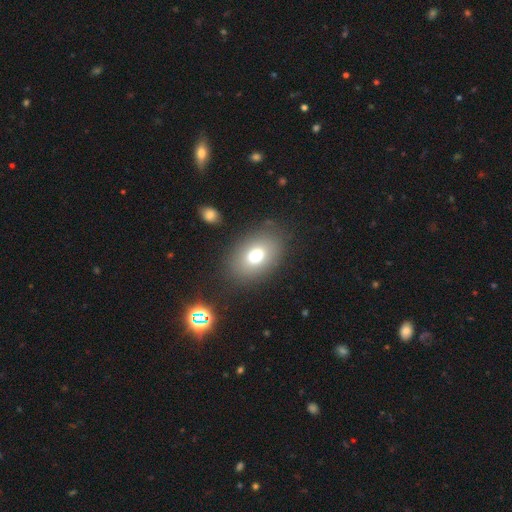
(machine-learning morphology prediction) Smooth or featured?
  - smooth: 75% *
  - featured or disk: 14%
  - star or artifact: 11%
How rounded?
  - in between: 79% *
  - round: 20%
  - cigar-shaped: 1%
Merging?
  - none: 82% *
  - minor disturbance: 11%
  - major disturbance: 5%
  - merger: 2%